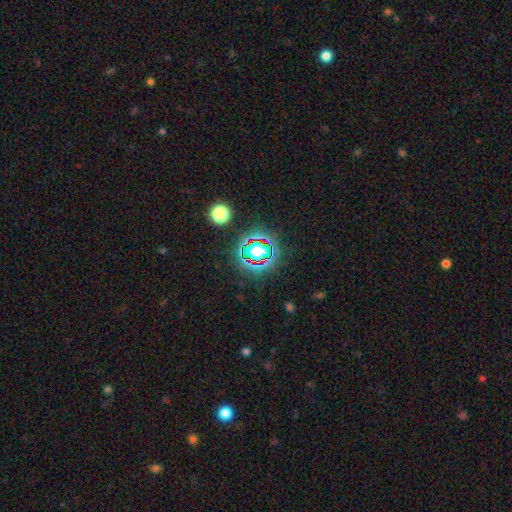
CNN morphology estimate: A star or artifact, not a galaxy (75%).